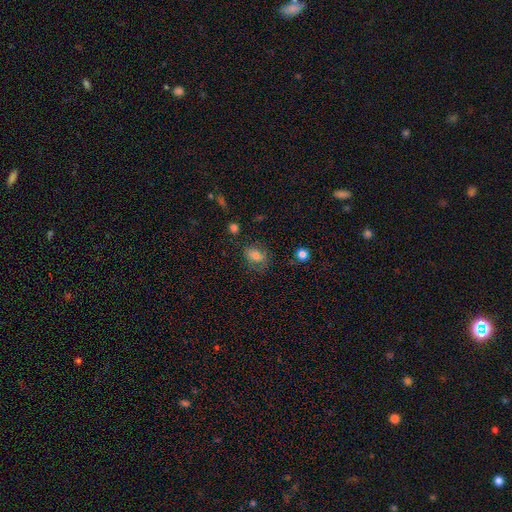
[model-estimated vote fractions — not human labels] A smooth galaxy with no disk features (77%) that is in between round and cigar-shaped (62%). Merging: none (70%).